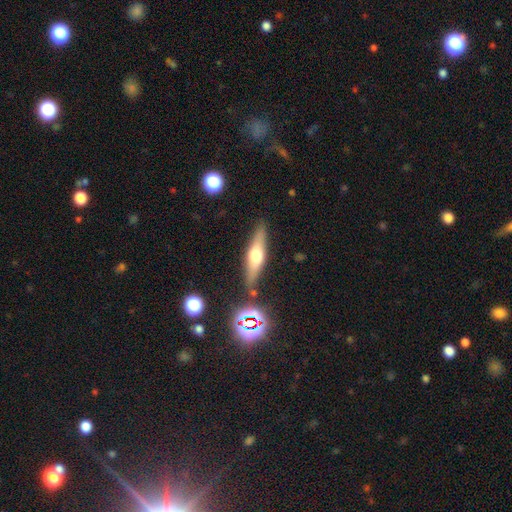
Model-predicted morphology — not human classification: smooth_or_featured: featured or disk (p=0.54) [alt: smooth p=0.37]
disk_edge_on: yes (p=0.92) [alt: no p=0.08]
merging: none (p=0.83) [alt: minor disturbance p=0.11]